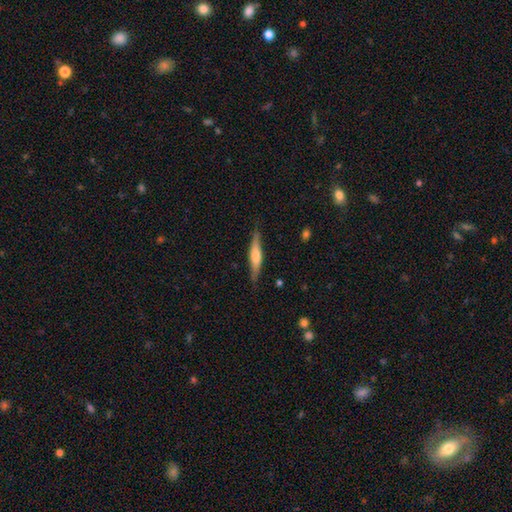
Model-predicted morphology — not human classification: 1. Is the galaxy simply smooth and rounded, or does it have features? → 51% featured or disk, 44% smooth, 6% star or artifact.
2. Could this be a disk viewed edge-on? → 93% yes, 7% no.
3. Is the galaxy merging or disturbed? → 83% none, 13% minor disturbance, 2% major disturbance, 1% merger.